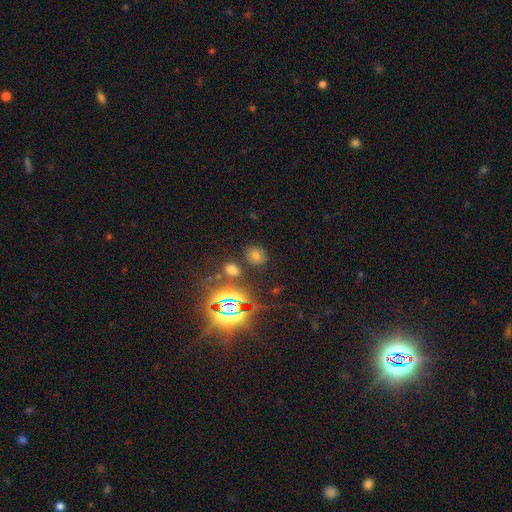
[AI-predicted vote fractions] smooth_or_featured: smooth (p=0.54) [alt: star or artifact p=0.37]
how_rounded: round (p=0.63) [alt: in between p=0.35]
merging: none (p=0.82) [alt: minor disturbance p=0.09]